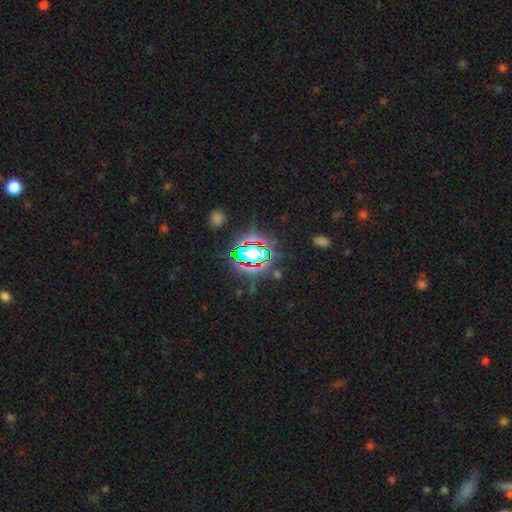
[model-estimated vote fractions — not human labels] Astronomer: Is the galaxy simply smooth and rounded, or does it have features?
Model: star or artifact — 77%.